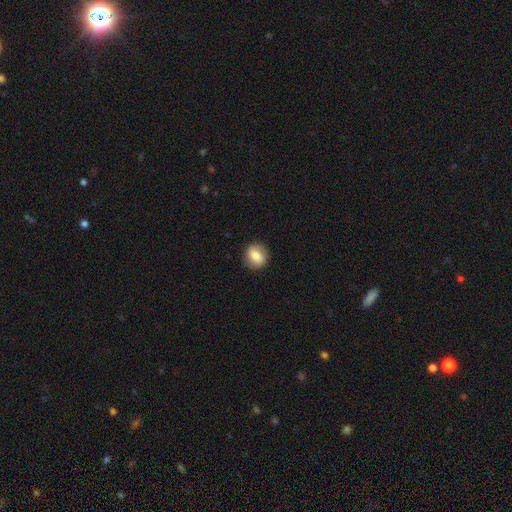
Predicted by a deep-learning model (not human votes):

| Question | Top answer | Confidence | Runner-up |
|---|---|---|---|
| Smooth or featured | smooth | 75% | featured or disk (17%) |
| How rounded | round | 73% | in between (25%) |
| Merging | none | 88% | minor disturbance (8%) |